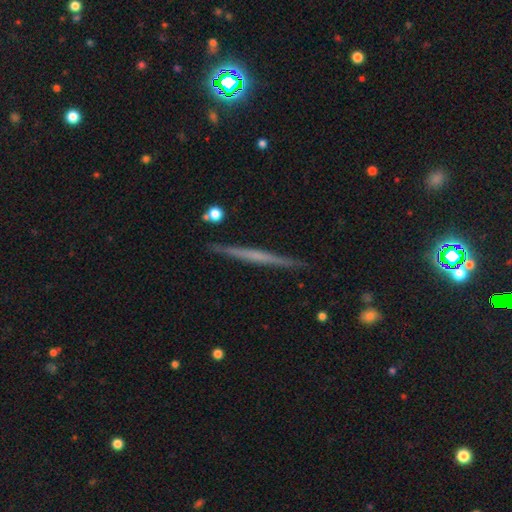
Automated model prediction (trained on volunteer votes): featured or disk 64%, smooth 30%, star or artifact 6%. Down the decision tree: edge-on disk — yes (98%); edge-on bulge — none (80%); merging — none (91%).